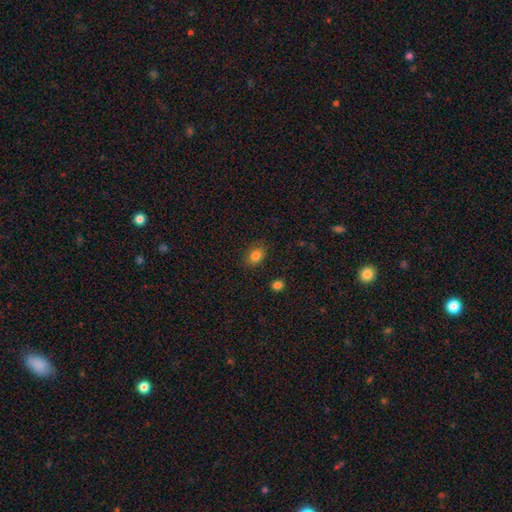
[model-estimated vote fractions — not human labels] Smooth or featured: smooth — 83% (star or artifact — 11%)
How rounded: in between — 71% (round — 28%)
Merging: none — 81% (minor disturbance — 14%)